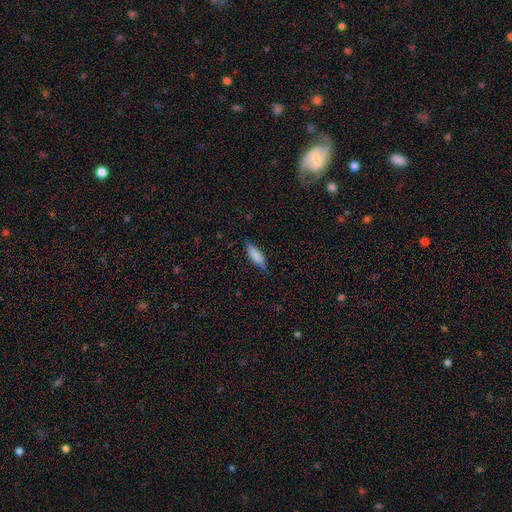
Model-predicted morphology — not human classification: Smooth or featured? Predicted: smooth (p=0.73). How rounded? Predicted: cigar-shaped (p=0.50). Merging? Predicted: none (p=0.82).